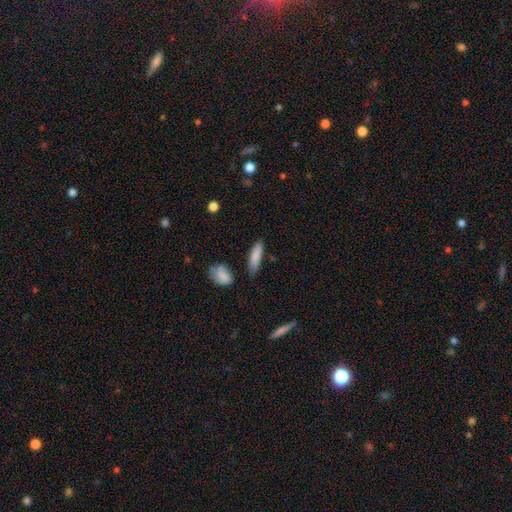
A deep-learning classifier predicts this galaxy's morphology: A smooth galaxy with no disk features (83%) that is cigar-shaped (58%).

Vote fractions:
- Smooth or featured? smooth: 83% / featured or disk: 10% / star or artifact: 6%
- How rounded? cigar-shaped: 58% / in between: 40% / round: 2%
- Merging? none: 76% / minor disturbance: 16% / merger: 4% / major disturbance: 4%